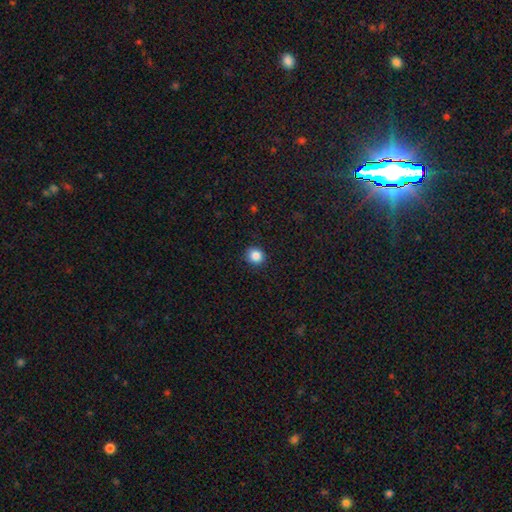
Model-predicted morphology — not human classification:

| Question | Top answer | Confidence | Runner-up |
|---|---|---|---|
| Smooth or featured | smooth | 86% | star or artifact (10%) |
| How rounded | round | 88% | in between (11%) |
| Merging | none | 91% | minor disturbance (6%) |